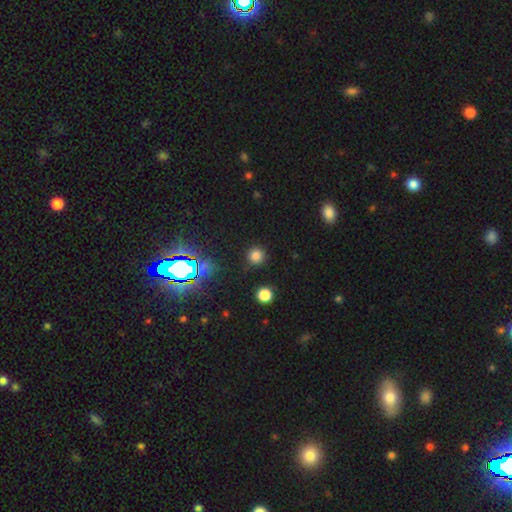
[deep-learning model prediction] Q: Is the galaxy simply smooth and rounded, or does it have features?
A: smooth — 72%.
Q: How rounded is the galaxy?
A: round — 94%.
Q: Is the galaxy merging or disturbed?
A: none — 89%.